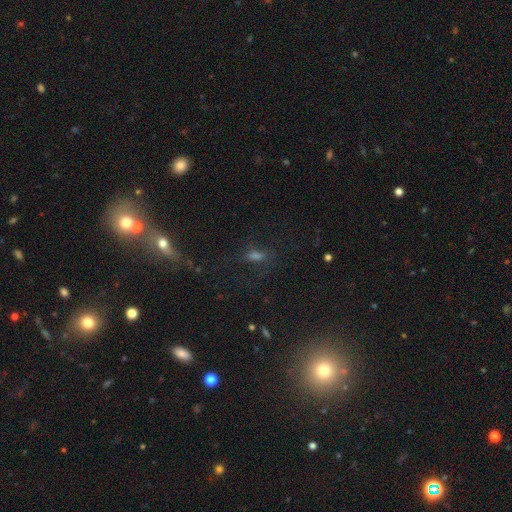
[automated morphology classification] Smooth or featured? Predicted: smooth (p=0.44). Merging? Predicted: none (p=0.62).